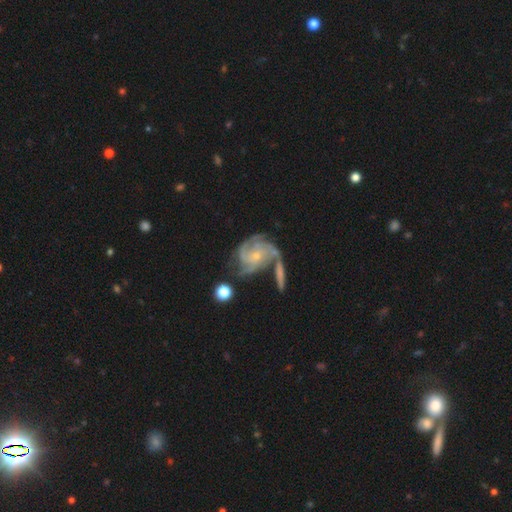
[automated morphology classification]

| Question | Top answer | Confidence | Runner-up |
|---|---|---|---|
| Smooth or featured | featured or disk | 86% | smooth (8%) |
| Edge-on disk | no | 97% | yes (3%) |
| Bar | no | 70% | weak (24%) |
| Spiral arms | yes | 96% | no (4%) |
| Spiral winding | tight | 51% | medium (39%) |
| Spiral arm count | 3 | 38% | 4 (24%) |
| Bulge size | small | 75% | moderate (21%) |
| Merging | none | 48% | minor disturbance (19%) |